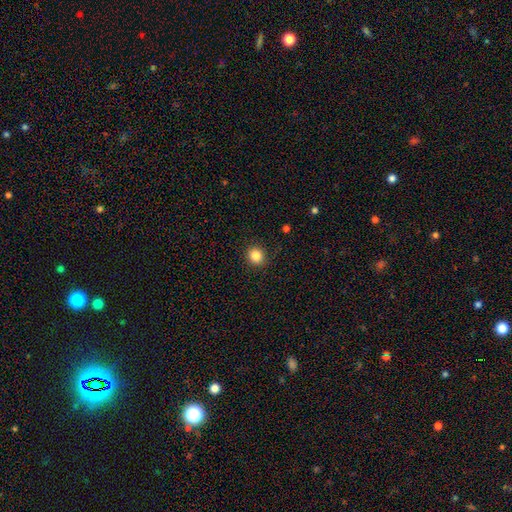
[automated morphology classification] smooth_or_featured: smooth (p=0.85) [alt: star or artifact p=0.11]
how_rounded: round (p=0.86) [alt: in between p=0.13]
merging: none (p=0.90) [alt: minor disturbance p=0.07]